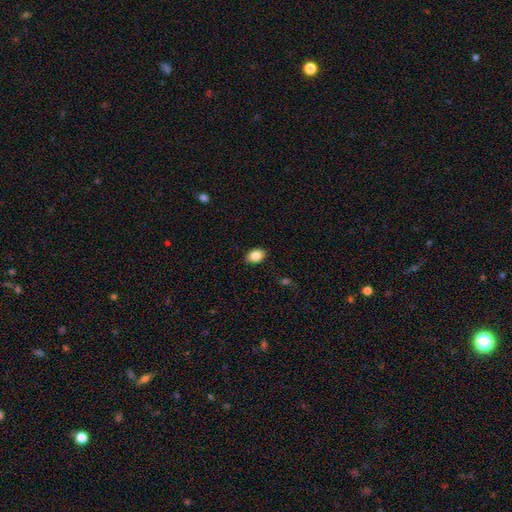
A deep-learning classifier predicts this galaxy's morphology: smooth 86%, star or artifact 8%, featured or disk 6%. Down the decision tree: how rounded — in between (77%); merging — none (89%).